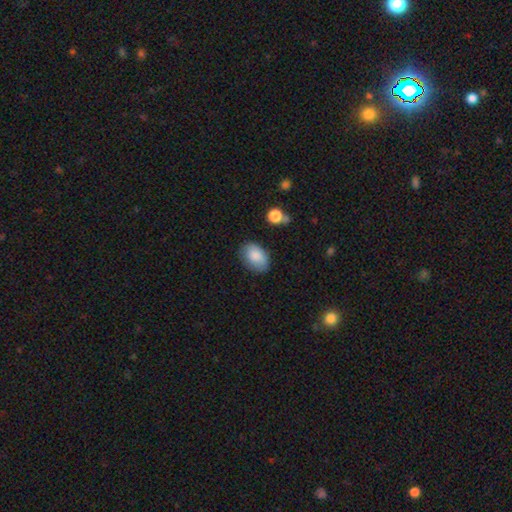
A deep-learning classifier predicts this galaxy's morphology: type=smooth (85%); roundness=in between (87%); merging=none (77%).